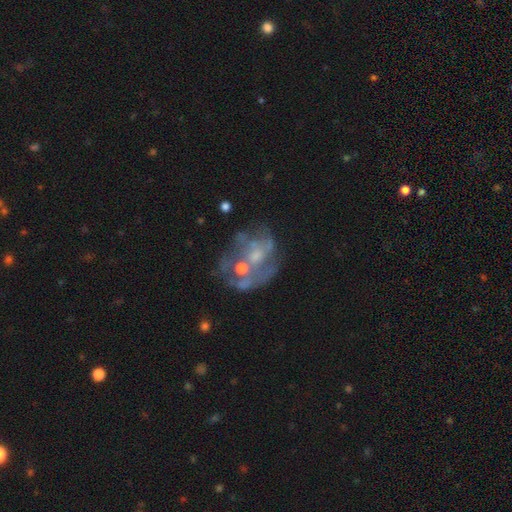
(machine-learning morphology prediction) featured or disk 69%, smooth 18%, star or artifact 13%. Down the decision tree: edge-on disk — no (98%); bar — no (81%); spiral arms — no (65%); bulge size — moderate (42%); merging — none (39%).